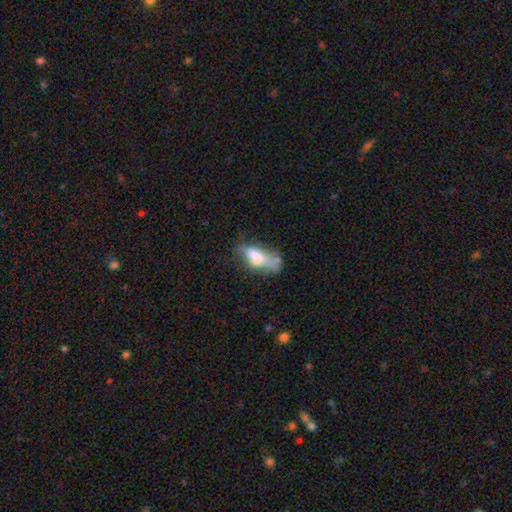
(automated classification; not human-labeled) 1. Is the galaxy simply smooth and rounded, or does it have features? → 52% smooth, 37% featured or disk, 11% star or artifact.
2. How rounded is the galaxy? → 76% in between, 19% cigar-shaped, 5% round.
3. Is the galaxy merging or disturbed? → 30% major disturbance, 26% merger, 23% none, 20% minor disturbance.